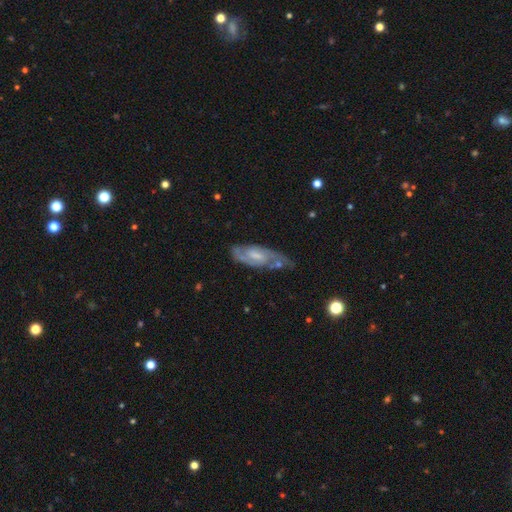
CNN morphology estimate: smooth_or_featured: featured or disk (p=0.79) [alt: smooth p=0.15]
disk_edge_on: no (p=0.90) [alt: yes p=0.10]
bar: weak (p=0.54) [alt: no p=0.30]
has_spiral_arms: yes (p=0.93) [alt: no p=0.07]
spiral_winding: medium (p=0.50) [alt: tight p=0.35]
spiral_arm_count: 2 (p=0.80) [alt: can't tell p=0.13]
bulge_size: small (p=0.40) [alt: moderate p=0.35]
merging: none (p=0.64) [alt: minor disturbance p=0.22]